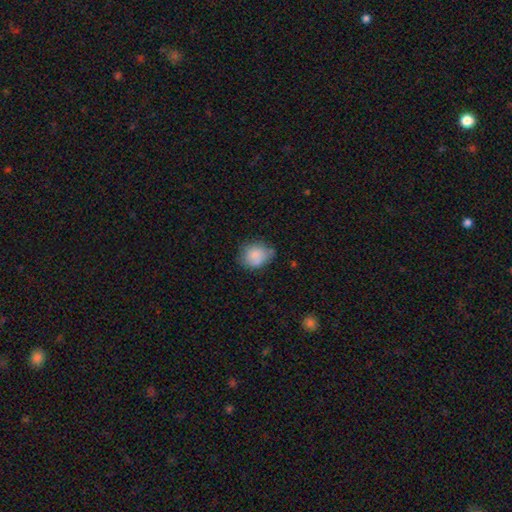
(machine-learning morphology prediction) smooth_or_featured: smooth (p=0.83) [alt: featured or disk p=0.08]
how_rounded: round (p=0.63) [alt: in between p=0.36]
merging: none (p=0.58) [alt: minor disturbance p=0.32]